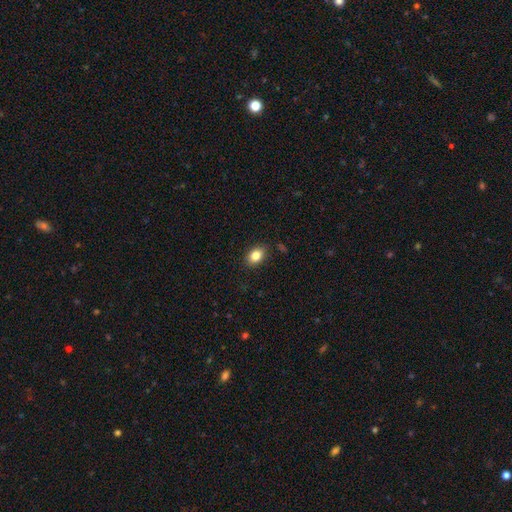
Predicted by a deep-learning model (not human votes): Smooth or featured?
  - smooth: 83% *
  - star or artifact: 9%
  - featured or disk: 8%
How rounded?
  - in between: 75% *
  - round: 24%
  - cigar-shaped: 1%
Merging?
  - none: 86% *
  - minor disturbance: 11%
  - major disturbance: 2%
  - merger: 1%